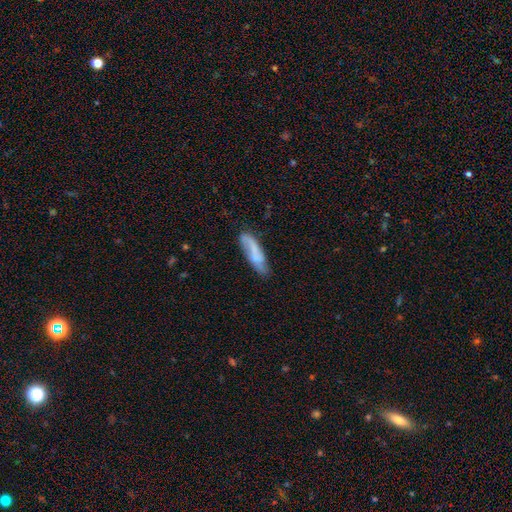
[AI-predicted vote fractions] Q: Smooth or featured?
A: smooth (48%); runner-up: featured or disk (44%)
Q: Merging?
A: none (62%); runner-up: minor disturbance (25%)